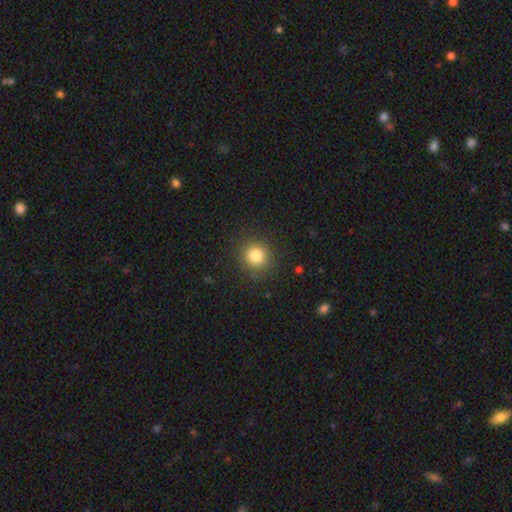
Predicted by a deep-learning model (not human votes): A smooth galaxy with no disk features (82%) that is round (91%).

Vote fractions:
- Smooth or featured? smooth: 82% / star or artifact: 12% / featured or disk: 6%
- How rounded? round: 91% / in between: 8% / cigar-shaped: 1%
- Merging? none: 88% / minor disturbance: 8% / major disturbance: 3% / merger: 1%